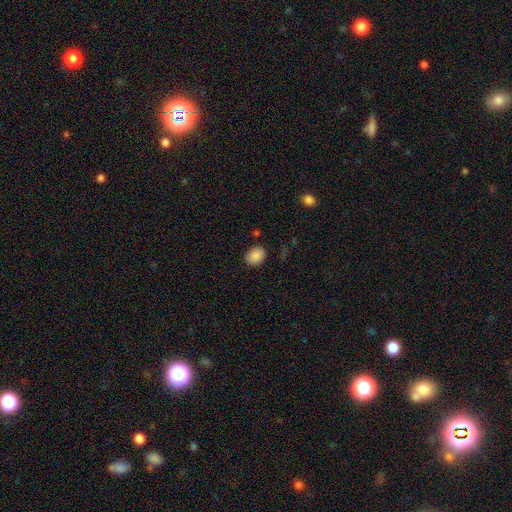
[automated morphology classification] This appears to be a smooth galaxy with no disk features (87%) that is in between round and cigar-shaped (57%). Merging: none (84%).